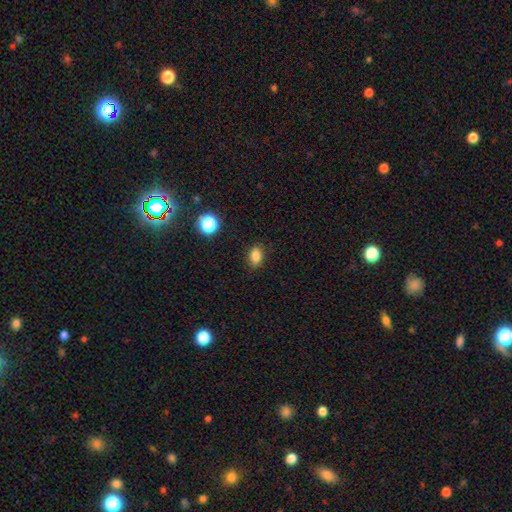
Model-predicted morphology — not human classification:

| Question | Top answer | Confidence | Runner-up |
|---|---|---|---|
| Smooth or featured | smooth | 83% | star or artifact (12%) |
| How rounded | in between | 75% | round (24%) |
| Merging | none | 85% | minor disturbance (11%) |